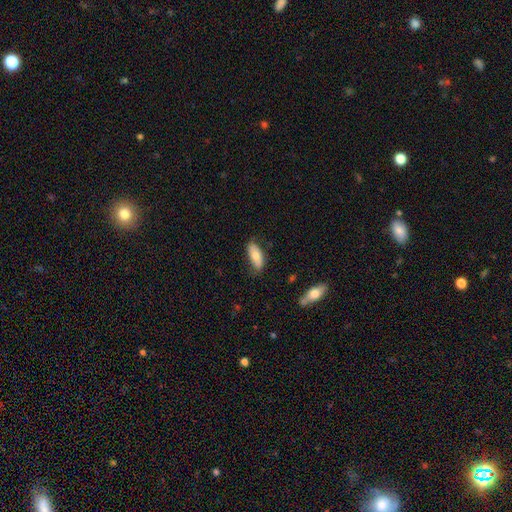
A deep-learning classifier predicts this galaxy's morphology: smooth 70%, featured or disk 23%, star or artifact 6%. Down the decision tree: how rounded — in between (81%); merging — none (73%).